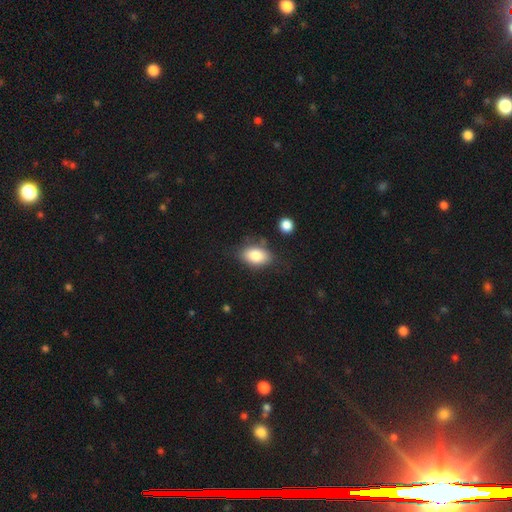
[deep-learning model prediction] Smooth or featured? smooth (83%)
How rounded? in between (88%)
Merging? none (73%)